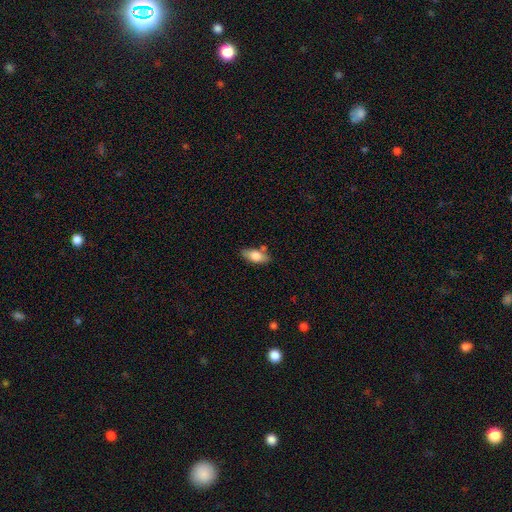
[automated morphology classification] This is likely a smooth galaxy (76%). How rounded: clearly in between (84%). Merging: likely none (74%).